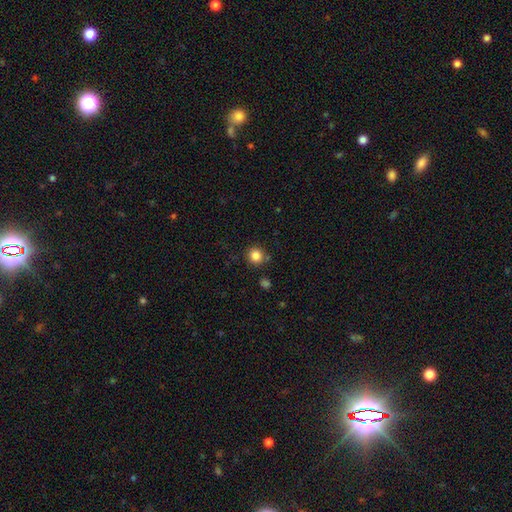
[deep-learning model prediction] Q: Smooth or featured?
A: smooth (84%); runner-up: star or artifact (11%)
Q: How rounded?
A: round (92%); runner-up: in between (7%)
Q: Merging?
A: none (85%); runner-up: minor disturbance (8%)